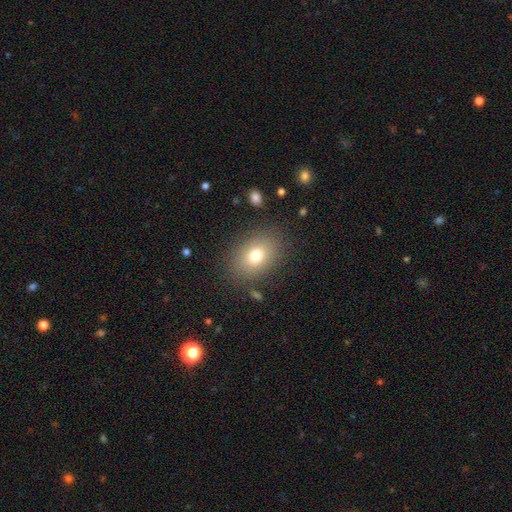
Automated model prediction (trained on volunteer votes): A smooth galaxy with no disk features (77%) that is in between round and cigar-shaped (70%). Merging: none (84%).